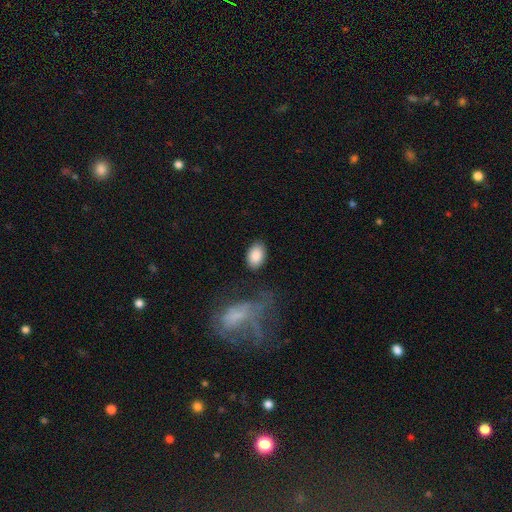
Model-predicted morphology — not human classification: Overall: smooth (87%). How rounded: in between (88%). Merging: none (81%).